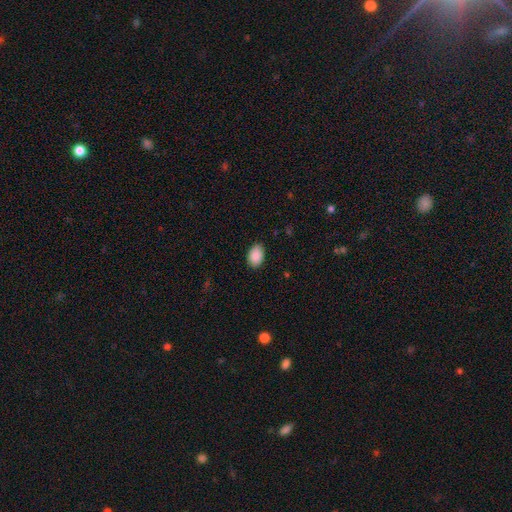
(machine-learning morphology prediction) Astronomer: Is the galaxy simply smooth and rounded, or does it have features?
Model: smooth — 90%.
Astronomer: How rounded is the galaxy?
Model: in between — 86%.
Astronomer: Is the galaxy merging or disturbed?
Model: none — 85%.